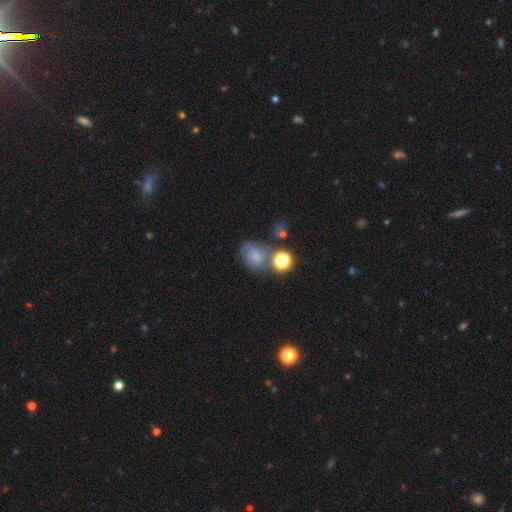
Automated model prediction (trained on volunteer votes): smooth_or_featured: smooth (p=0.47) [alt: featured or disk p=0.35]
merging: none (p=0.50) [alt: minor disturbance p=0.21]